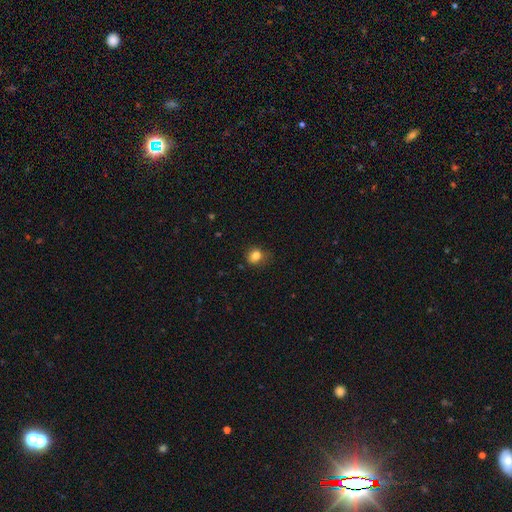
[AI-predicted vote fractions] Smooth or featured: smooth — 82% (star or artifact — 11%)
How rounded: round — 67% (in between — 32%)
Merging: none — 72% (minor disturbance — 22%)